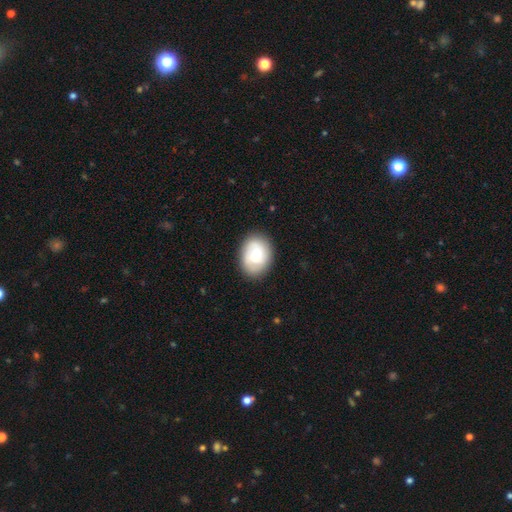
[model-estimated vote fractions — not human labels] A smooth galaxy with no disk features (53%) that is in between round and cigar-shaped (65%).

Vote fractions:
- Smooth or featured? smooth: 53% / featured or disk: 40% / star or artifact: 7%
- How rounded? in between: 65% / round: 34% / cigar-shaped: 1%
- Merging? none: 84% / minor disturbance: 11% / major disturbance: 3% / merger: 1%